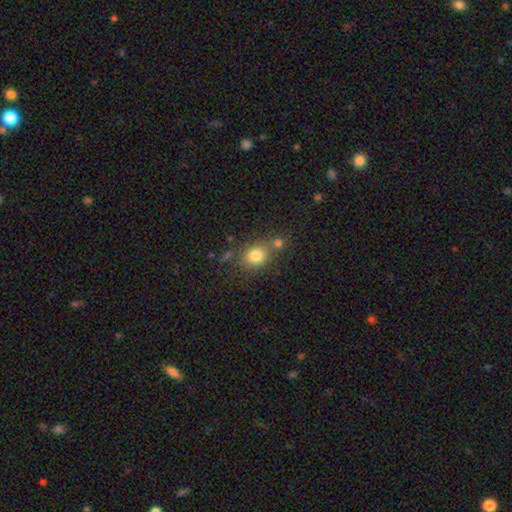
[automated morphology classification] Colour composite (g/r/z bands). It shows a smooth galaxy with no disk features (79%) that is round (57%). Merging: none (58%).